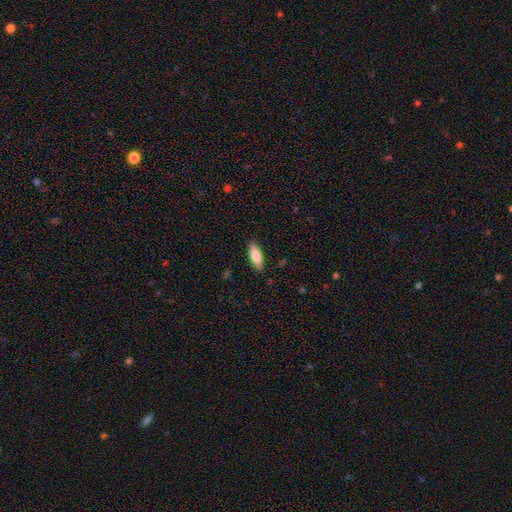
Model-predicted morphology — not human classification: smooth_or_featured: smooth (p=0.79) [alt: featured or disk p=0.15]
how_rounded: in between (p=0.70) [alt: cigar-shaped p=0.28]
merging: none (p=0.87) [alt: minor disturbance p=0.10]